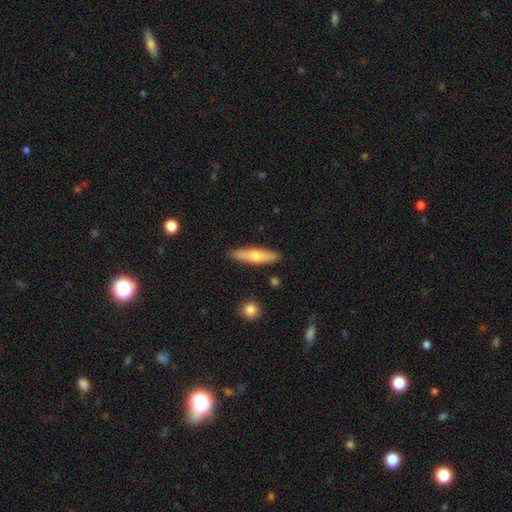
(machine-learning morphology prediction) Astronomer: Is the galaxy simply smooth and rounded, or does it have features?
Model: smooth — 60% (runner-up: featured or disk, 35%).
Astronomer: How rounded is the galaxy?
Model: cigar-shaped — 74%.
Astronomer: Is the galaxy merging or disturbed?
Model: none — 87%.